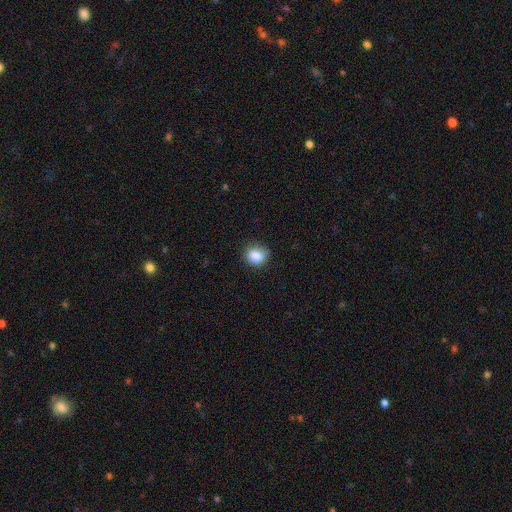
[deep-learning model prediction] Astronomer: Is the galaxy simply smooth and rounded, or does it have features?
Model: smooth — 86%.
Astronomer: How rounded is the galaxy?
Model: round — 77%.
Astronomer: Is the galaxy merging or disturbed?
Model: none — 77%.